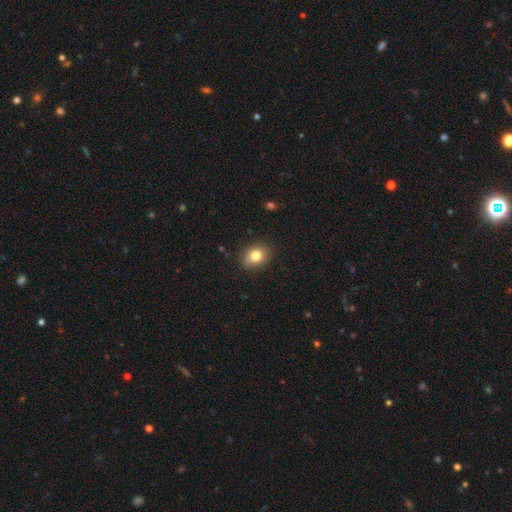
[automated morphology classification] The model was most divided on "how rounded": in between: 56%, round: 43%, cigar-shaped: 1%. More confident: merging — none (85%); smooth or featured — smooth (81%).